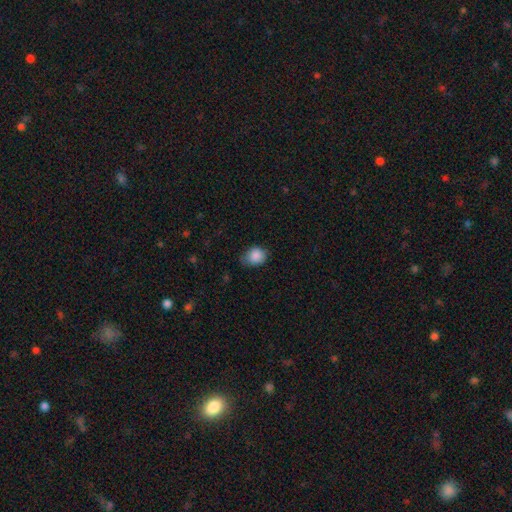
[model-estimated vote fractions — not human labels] The model was most divided on "how rounded": round: 54%, in between: 45%, cigar-shaped: 1%. More confident: smooth or featured — smooth (88%); merging — none (66%).